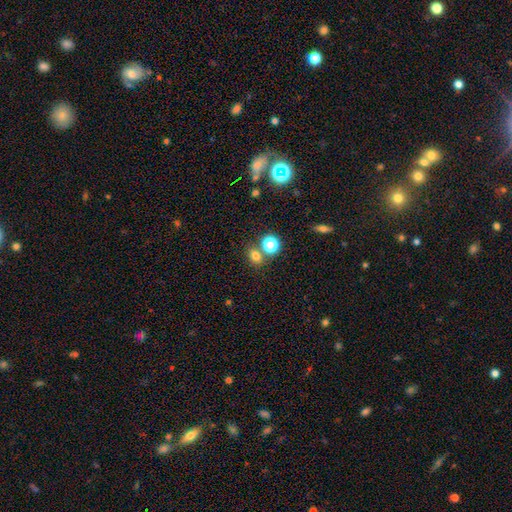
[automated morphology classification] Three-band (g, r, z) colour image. It shows a smooth galaxy with no disk features (73%) that is round (55%). Merging: none (62%).